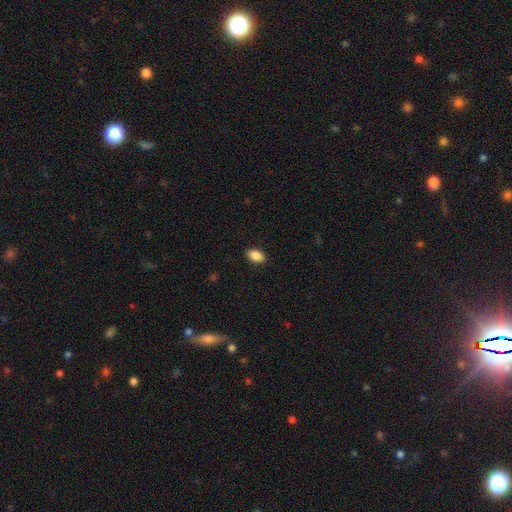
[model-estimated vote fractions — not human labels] This is clearly a smooth galaxy (89%). How rounded: clearly in between (90%). Merging: clearly none (90%).